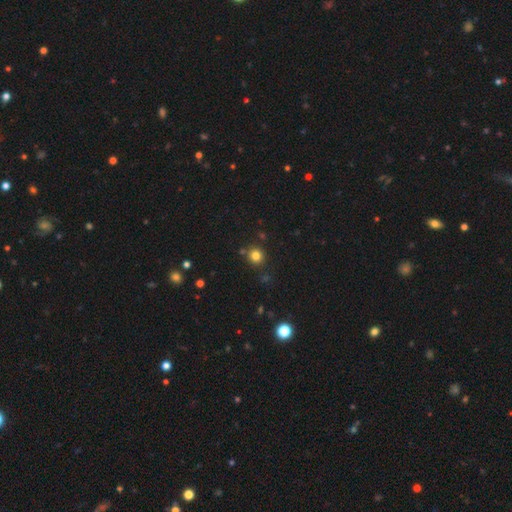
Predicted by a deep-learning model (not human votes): smooth_or_featured: smooth (p=0.80) [alt: star or artifact p=0.15]
how_rounded: round (p=0.91) [alt: in between p=0.09]
merging: none (p=0.83) [alt: minor disturbance p=0.08]